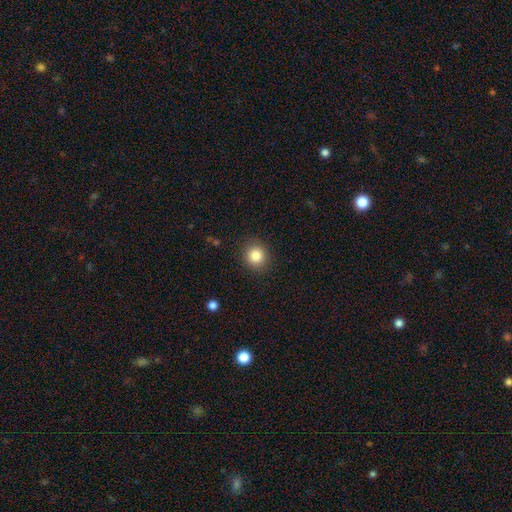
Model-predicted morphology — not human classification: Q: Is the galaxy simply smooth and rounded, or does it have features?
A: smooth — 84%.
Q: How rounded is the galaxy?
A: round — 89%.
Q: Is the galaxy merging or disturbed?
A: none — 90%.